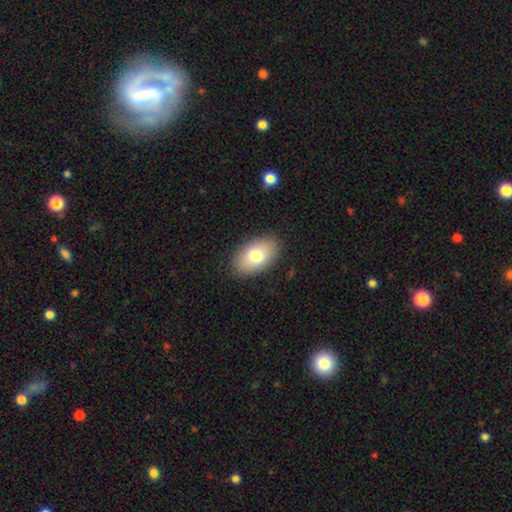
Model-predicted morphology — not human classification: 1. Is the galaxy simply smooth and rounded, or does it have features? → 77% smooth, 16% featured or disk, 8% star or artifact.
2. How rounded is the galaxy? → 91% in between, 8% round, 1% cigar-shaped.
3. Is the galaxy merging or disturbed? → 87% none, 9% minor disturbance, 3% major disturbance, 1% merger.